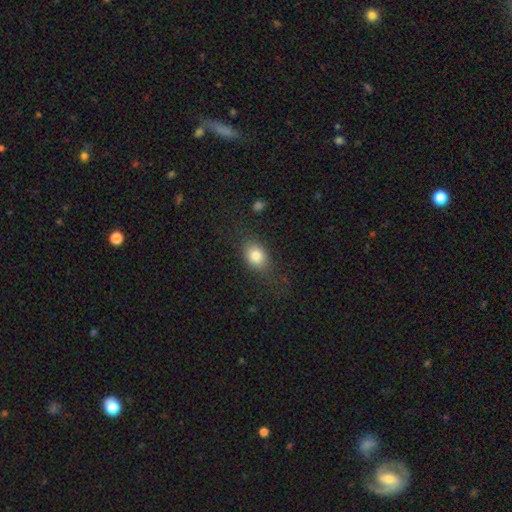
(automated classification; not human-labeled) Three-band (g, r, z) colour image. It shows a smooth galaxy with no disk features (81%) that is in between round and cigar-shaped (66%). Merging: none (71%).